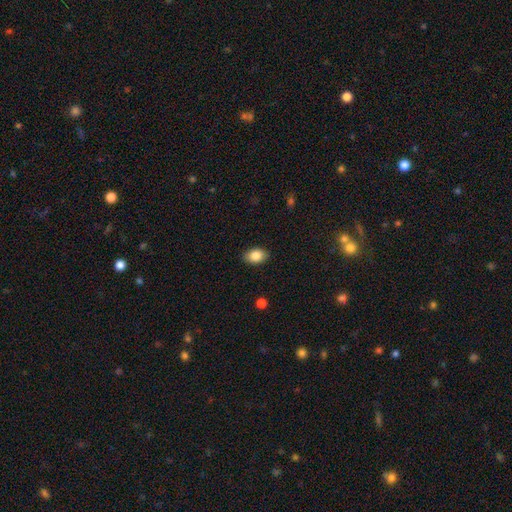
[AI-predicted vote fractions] smooth 85%, star or artifact 8%, featured or disk 7%. Down the decision tree: how rounded — in between (83%); merging — none (88%).